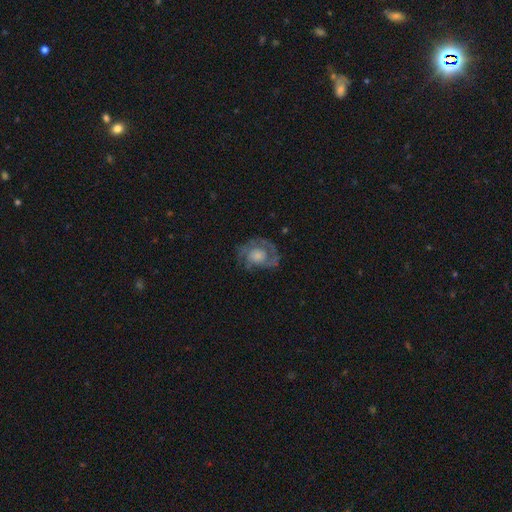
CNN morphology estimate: smooth-or-featured: featured or disk: 78% | smooth: 14% | star or artifact: 8%
  disk-edge-on: no: 97% | yes: 3%
    bar: no: 74% | weak: 22% | strong: 4%
    has-spiral-arms: yes: 91% | no: 9%
      spiral-winding: tight: 50% | medium: 39% | loose: 11%
      spiral-arm-count: 2: 54% | can't tell: 18% | 1: 11% | 3: 10% | 4: 3% | more than 4: 3%
    bulge-size: moderate: 36% | large: 28% | small: 21% | none: 11% | dominant: 3%
  merging: none: 70% | minor disturbance: 17% | major disturbance: 11% | merger: 1%